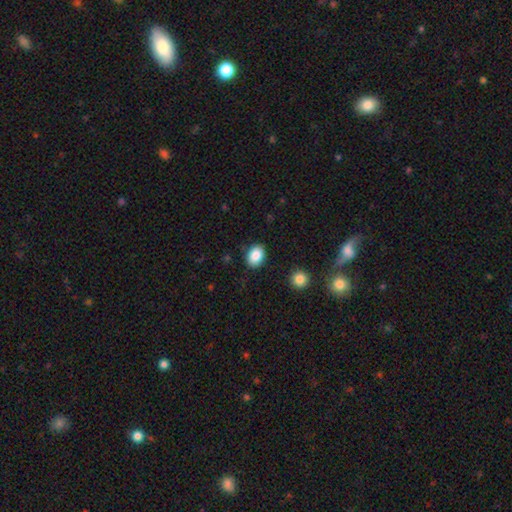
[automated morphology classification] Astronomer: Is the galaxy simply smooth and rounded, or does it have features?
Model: smooth — 87%.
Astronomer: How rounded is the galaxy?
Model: in between — 71%.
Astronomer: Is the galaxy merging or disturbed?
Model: none — 86%.